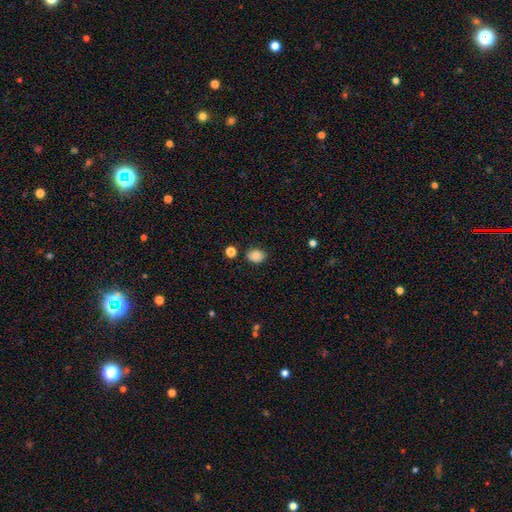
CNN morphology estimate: The model was most divided on "how rounded": in between: 55%, round: 44%, cigar-shaped: 1%. More confident: smooth or featured — smooth (86%); merging — none (80%).